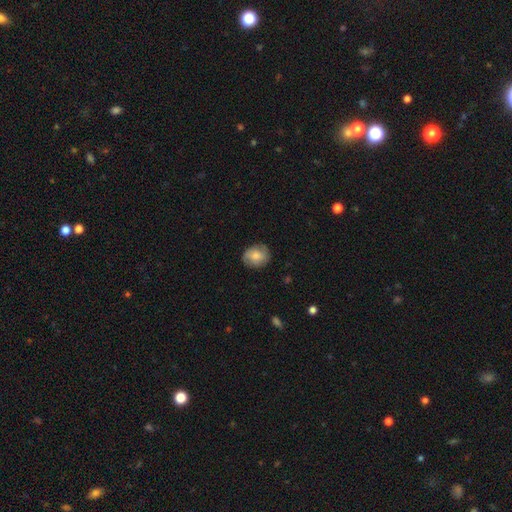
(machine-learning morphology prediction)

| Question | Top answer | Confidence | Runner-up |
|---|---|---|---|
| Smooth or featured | smooth | 61% | featured or disk (31%) |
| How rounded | round | 65% | in between (34%) |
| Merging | none | 78% | minor disturbance (17%) |